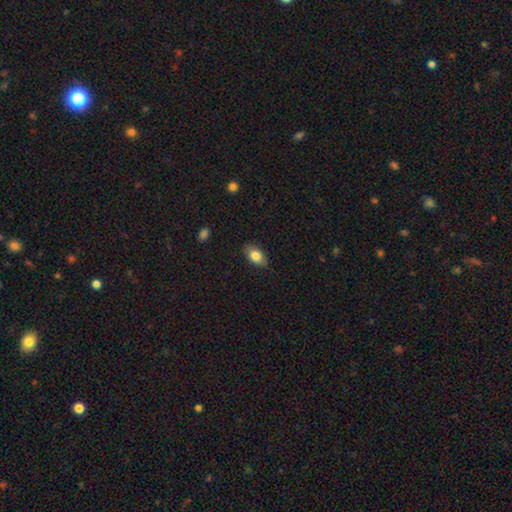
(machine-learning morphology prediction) Overall: smooth (83%). How rounded: in between (88%). Merging: none (83%).